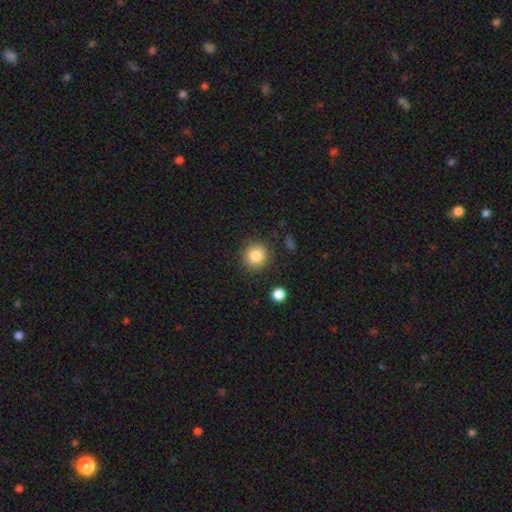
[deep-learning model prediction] This is clearly a smooth galaxy (84%). How rounded: clearly round (92%). Merging: clearly none (87%).